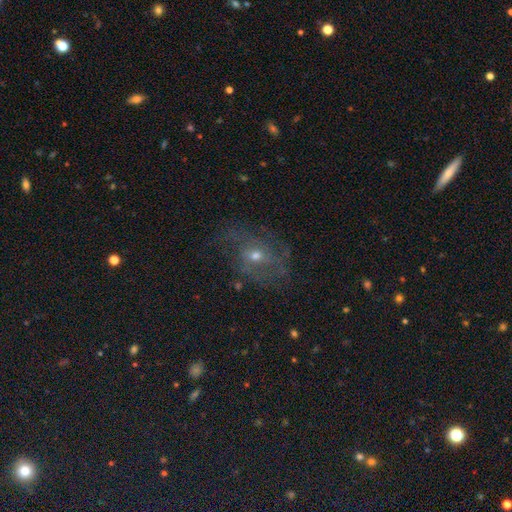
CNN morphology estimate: smooth-or-featured: featured or disk: 63% | smooth: 24% | star or artifact: 13%
  disk-edge-on: no: 95% | yes: 5%
    bar: no: 67% | weak: 28% | strong: 6%
    has-spiral-arms: yes: 68% | no: 32%
    bulge-size: small: 48% | moderate: 47% | large: 2% | none: 2% | dominant: 1%
  merging: none: 56% | minor disturbance: 21% | major disturbance: 20% | merger: 2%